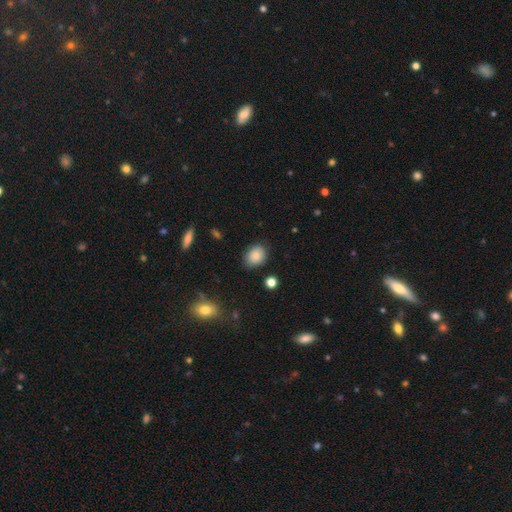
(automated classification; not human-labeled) smooth_or_featured: smooth (p=0.87) [alt: star or artifact p=0.08]
how_rounded: in between (p=0.60) [alt: round p=0.39]
merging: none (p=0.81) [alt: minor disturbance p=0.14]